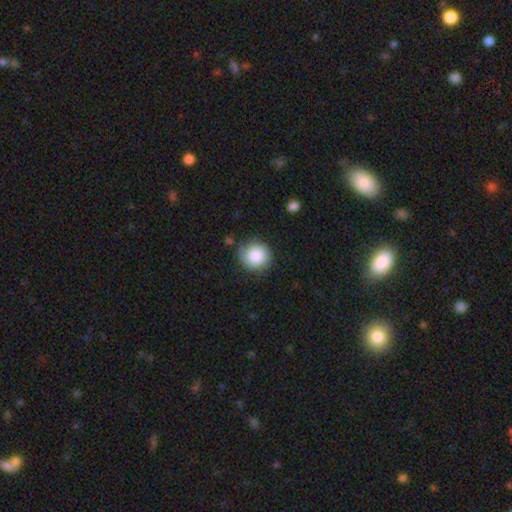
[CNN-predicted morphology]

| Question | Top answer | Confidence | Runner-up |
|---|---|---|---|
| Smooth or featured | smooth | 83% | featured or disk (9%) |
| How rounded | round | 89% | in between (10%) |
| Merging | none | 78% | minor disturbance (16%) |